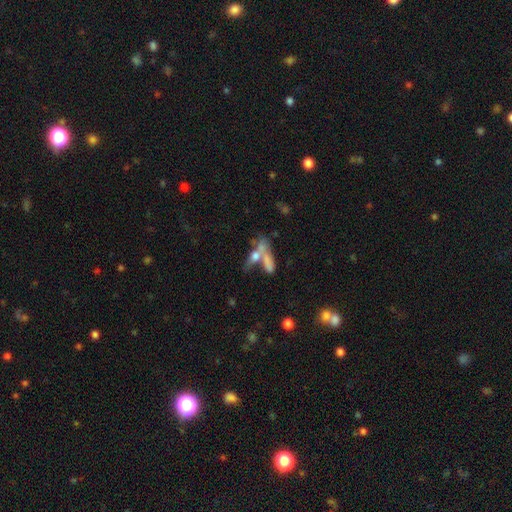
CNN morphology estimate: smooth-or-featured: smooth: 54% | featured or disk: 35% | star or artifact: 11%
  how-rounded: cigar-shaped: 50% | in between: 44% | round: 7%
  merging: merger: 47% | none: 32% | minor disturbance: 11% | major disturbance: 10%